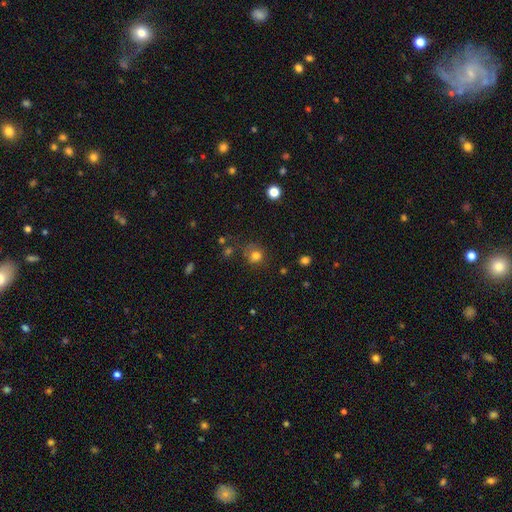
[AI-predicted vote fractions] Morphology: type=smooth (78%); roundness=round (81%); merging=none (62%).